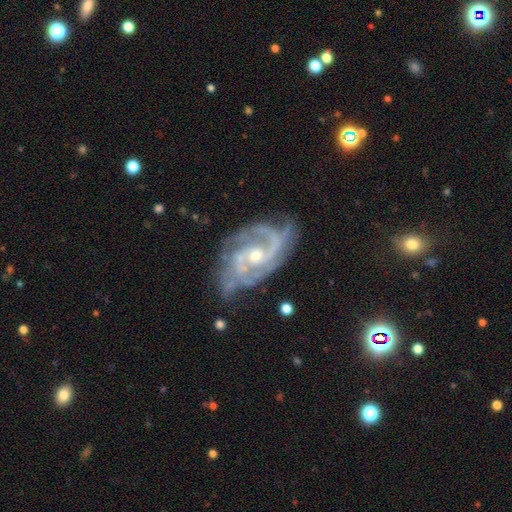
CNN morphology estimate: Smooth or featured?
  - featured or disk: 91% *
  - star or artifact: 5%
  - smooth: 3%
Edge-on disk?
  - no: 97% *
  - yes: 3%
Bar?
  - no: 55% *
  - weak: 35%
  - strong: 10%
Spiral arms?
  - yes: 98% *
  - no: 2%
Spiral winding?
  - tight: 47% *
  - medium: 44%
  - loose: 9%
Spiral arm count?
  - 2: 48% *
  - 3: 26%
  - can't tell: 11%
  - 4: 6%
  - 1: 5%
  - more than 4: 5%
Bulge size?
  - small: 49% *
  - moderate: 48%
  - large: 2%
  - none: 1%
  - dominant: 1%
Merging?
  - none: 64% *
  - minor disturbance: 24%
  - major disturbance: 10%
  - merger: 2%